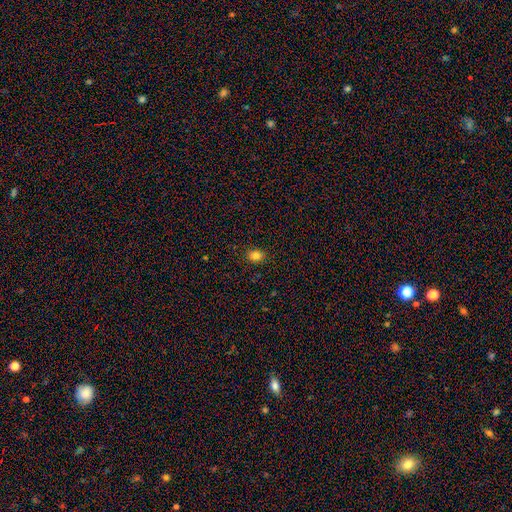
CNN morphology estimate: Smooth or featured? Predicted: smooth (p=0.82). How rounded? Predicted: in between (p=0.51). Merging? Predicted: none (p=0.89).